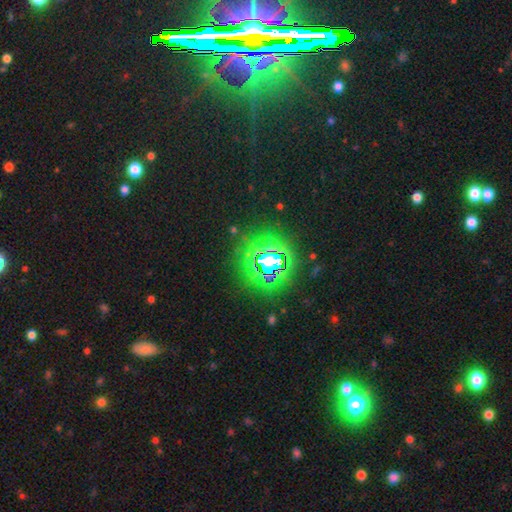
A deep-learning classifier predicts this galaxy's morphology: Smooth or featured? star or artifact (83%)